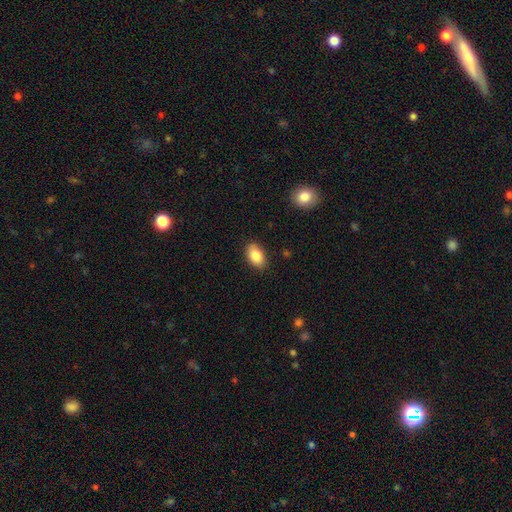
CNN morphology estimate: smooth 86%, star or artifact 7%, featured or disk 7%. Down the decision tree: how rounded — in between (92%); merging — none (87%).